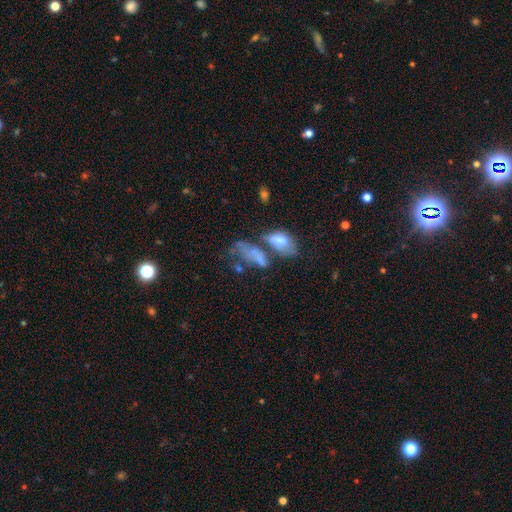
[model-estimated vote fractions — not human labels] A smooth galaxy with no disk features (61%) that is in between round and cigar-shaped (84%).

Vote fractions:
- Smooth or featured? smooth: 61% / featured or disk: 28% / star or artifact: 11%
- How rounded? in between: 84% / cigar-shaped: 9% / round: 6%
- Merging? merger: 45% / none: 20% / major disturbance: 20% / minor disturbance: 15%